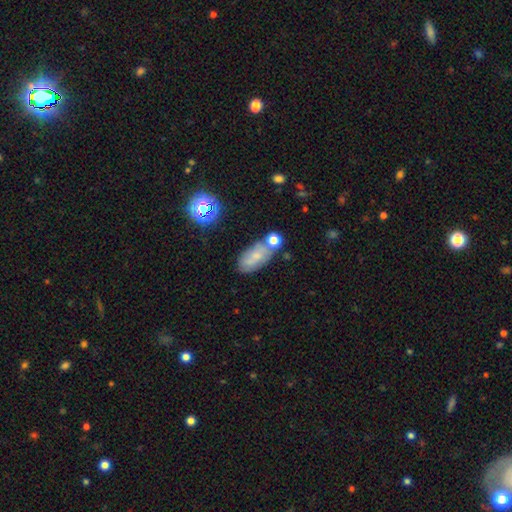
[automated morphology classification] Smooth or featured? smooth (59%)
How rounded? in between (86%)
Merging? none (66%)